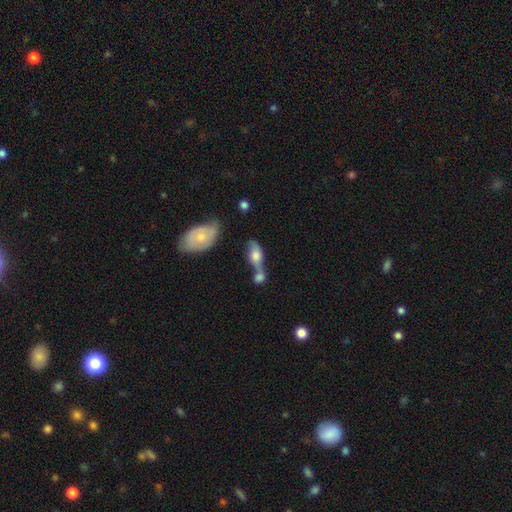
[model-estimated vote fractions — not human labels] Smooth or featured?
  - smooth: 58% *
  - featured or disk: 33%
  - star or artifact: 8%
How rounded?
  - in between: 77% *
  - cigar-shaped: 15%
  - round: 8%
Merging?
  - merger: 57% *
  - none: 22%
  - minor disturbance: 12%
  - major disturbance: 9%